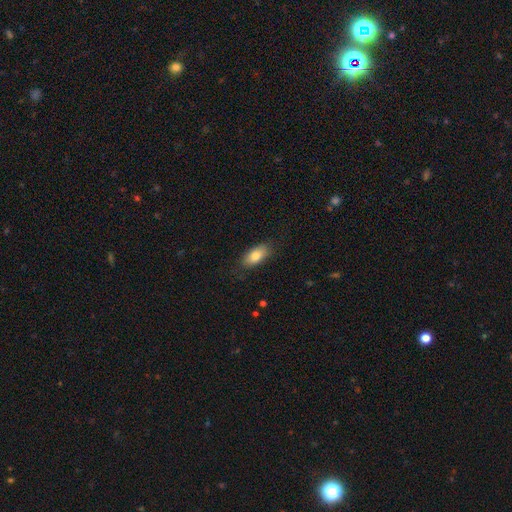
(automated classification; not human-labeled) Overall: smooth (81%). How rounded: in between (88%). Merging: none (82%).